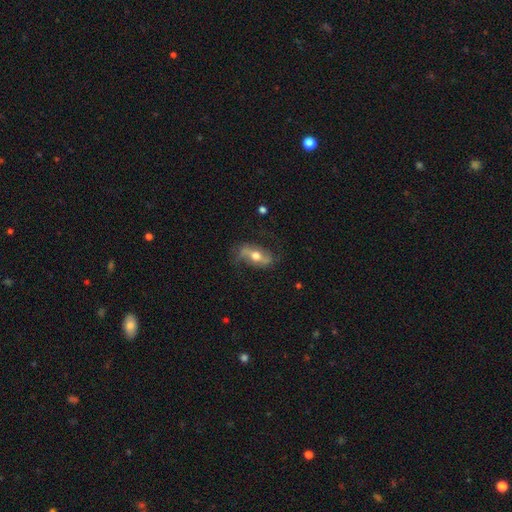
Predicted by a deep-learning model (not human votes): Morphology: type=featured or disk (67%); edge-on=no (83%); bar=strong (40%); spiral arms=yes (77%); bulge=moderate (73%); merging=none (68%).